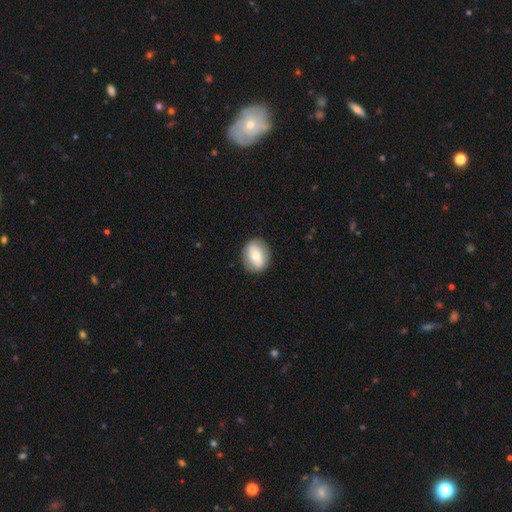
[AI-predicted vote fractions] smooth-or-featured: smooth: 57% | featured or disk: 35% | star or artifact: 7%
  how-rounded: in between: 52% | round: 47% | cigar-shaped: 1%
  merging: none: 85% | minor disturbance: 11% | major disturbance: 3% | merger: 1%